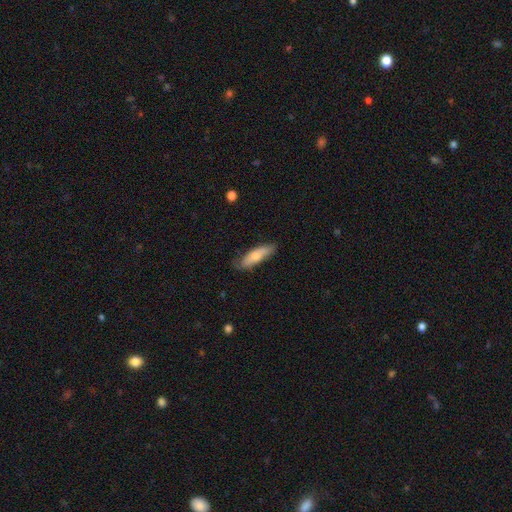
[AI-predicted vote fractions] smooth-or-featured: smooth: 73% | featured or disk: 22% | star or artifact: 5%
  how-rounded: cigar-shaped: 57% | in between: 41% | round: 2%
  merging: none: 74% | minor disturbance: 21% | major disturbance: 4% | merger: 1%